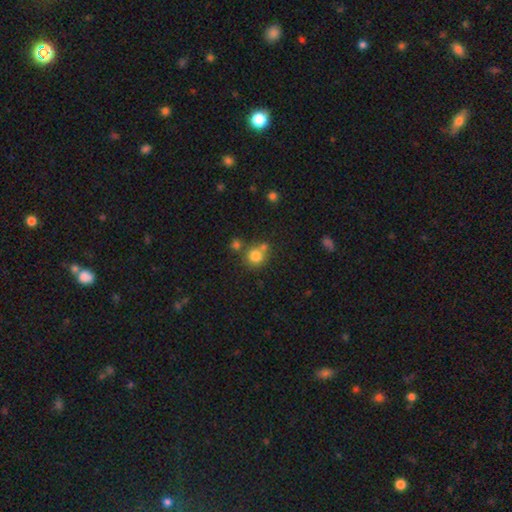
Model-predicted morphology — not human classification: Smooth or featured? Predicted: smooth (p=0.78). How rounded? Predicted: round (p=0.89). Merging? Predicted: none (p=0.61).